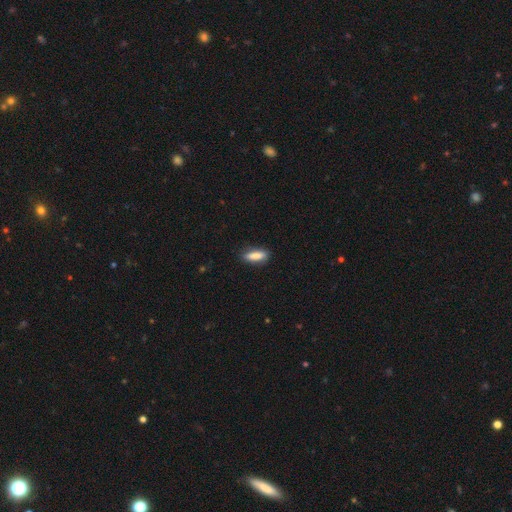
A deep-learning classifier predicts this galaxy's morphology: Smooth or featured? Predicted: smooth (p=0.85). How rounded? Predicted: in between (p=0.57). Merging? Predicted: none (p=0.84).